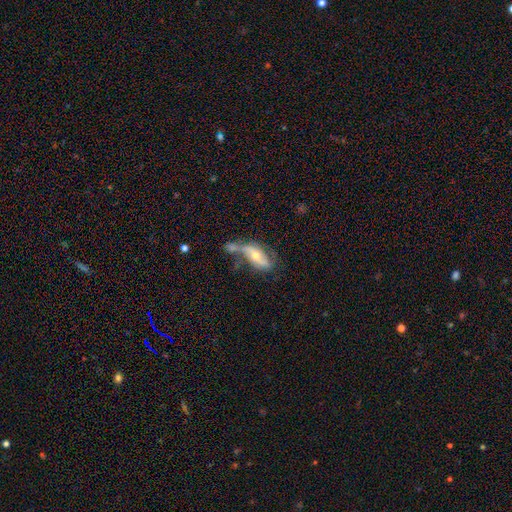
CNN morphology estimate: A featured or disk galaxy (62%) with no bar (52%), spiral arms (74%) and a moderate central bulge (55%). Merging: merger (33%).